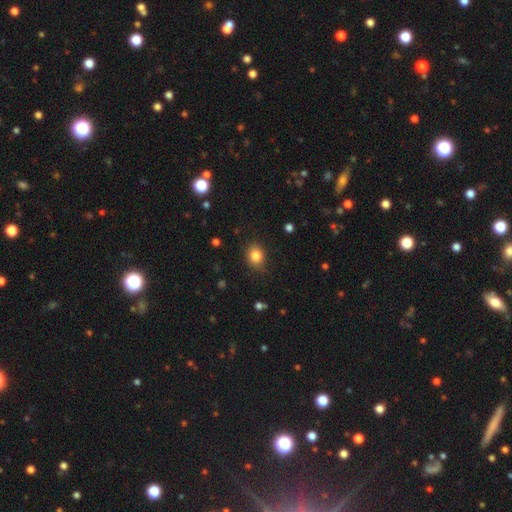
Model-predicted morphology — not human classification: Smooth or featured: smooth — 84% (star or artifact — 10%)
How rounded: round — 57% (in between — 42%)
Merging: none — 83% (minor disturbance — 13%)